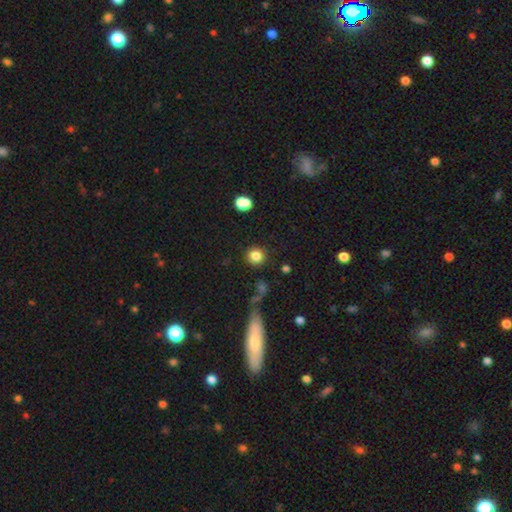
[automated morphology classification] A smooth galaxy with no disk features (84%) that is round (90%).

Vote fractions:
- Smooth or featured? smooth: 84% / star or artifact: 11% / featured or disk: 5%
- How rounded? round: 90% / in between: 9% / cigar-shaped: 1%
- Merging? none: 87% / minor disturbance: 7% / major disturbance: 3% / merger: 3%